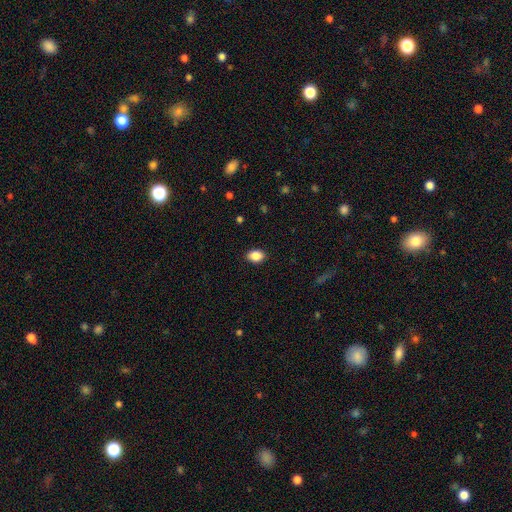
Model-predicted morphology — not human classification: A smooth galaxy with no disk features (88%) that is in between round and cigar-shaped (74%). Merging: none (89%).